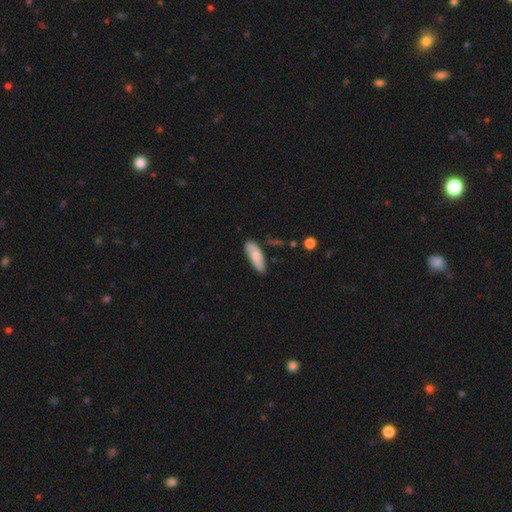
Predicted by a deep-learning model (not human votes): Smooth or featured? smooth (81%)
How rounded? in between (65%)
Merging? none (75%)